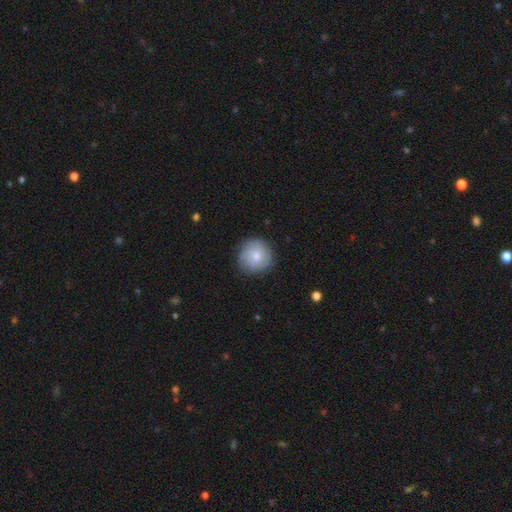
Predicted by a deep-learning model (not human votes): Smooth or featured? smooth (67%)
How rounded? round (93%)
Merging? none (83%)